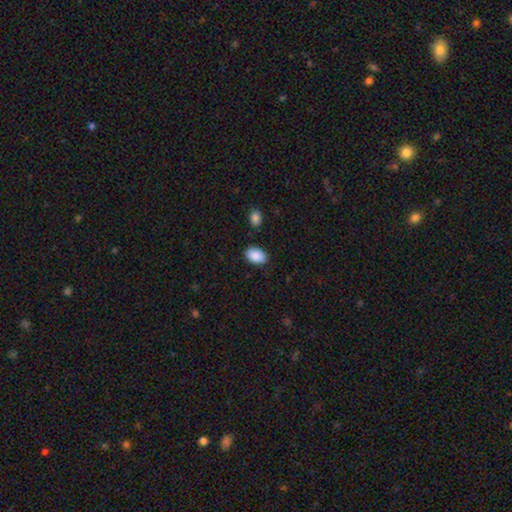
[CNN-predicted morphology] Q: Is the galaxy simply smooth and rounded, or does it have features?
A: smooth — 90%.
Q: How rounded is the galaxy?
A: in between — 90%.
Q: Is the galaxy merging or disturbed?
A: none — 85%.